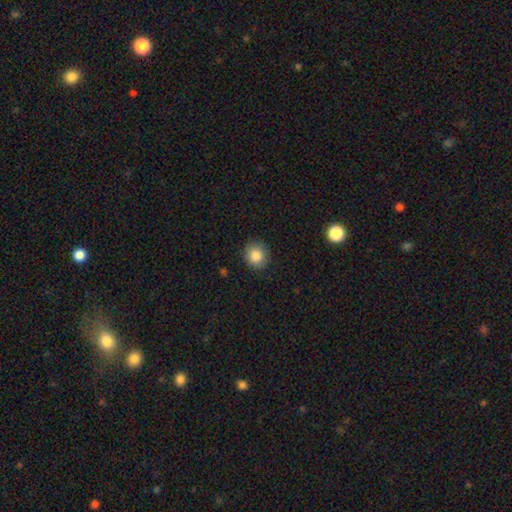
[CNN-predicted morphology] Q: Smooth or featured?
A: smooth (86%); runner-up: star or artifact (9%)
Q: How rounded?
A: round (87%); runner-up: in between (12%)
Q: Merging?
A: none (89%); runner-up: minor disturbance (8%)